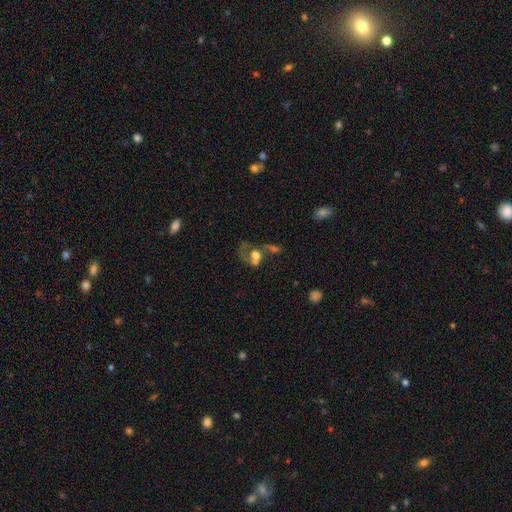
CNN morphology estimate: Smooth or featured? Predicted: smooth (p=0.45). Merging? Predicted: merger (p=0.56).